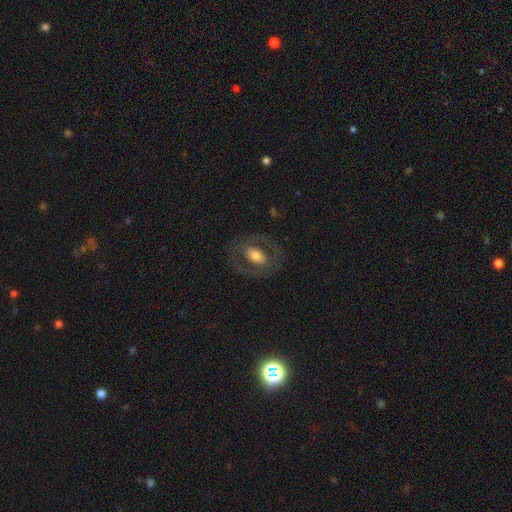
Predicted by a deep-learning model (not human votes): Smooth or featured? featured or disk (54%)
Edge-on disk? no (94%)
Bar? no (54%)
Spiral arms? no (70%)
Bulge size? moderate (57%)
Merging? none (76%)